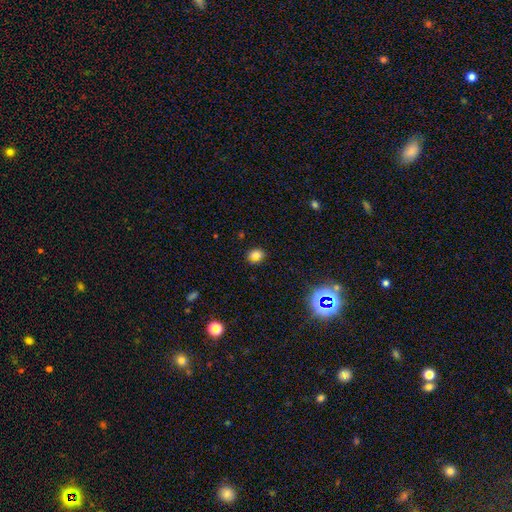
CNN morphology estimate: This is likely a smooth galaxy (74%). How rounded: possibly round (52%). Merging: clearly none (81%).